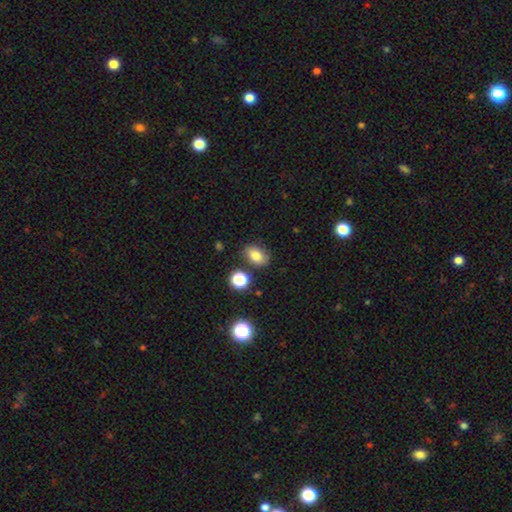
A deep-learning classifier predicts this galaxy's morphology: smooth-or-featured: smooth: 80% | star or artifact: 12% | featured or disk: 8%
  how-rounded: in between: 76% | round: 22% | cigar-shaped: 2%
  merging: none: 79% | minor disturbance: 13% | merger: 5% | major disturbance: 3%